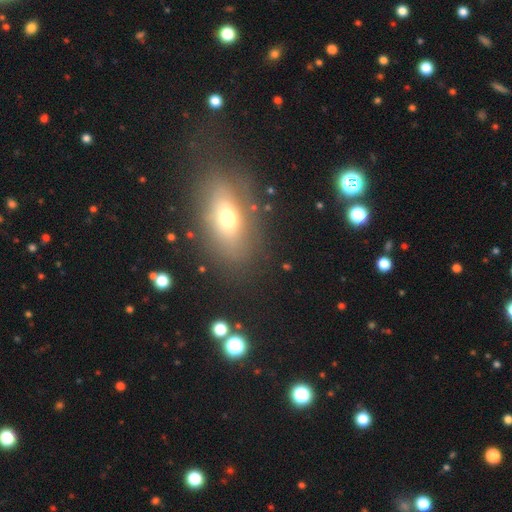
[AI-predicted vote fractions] This is possibly a smooth galaxy (54%). How rounded: likely in between (77%). Merging: clearly none (82%).